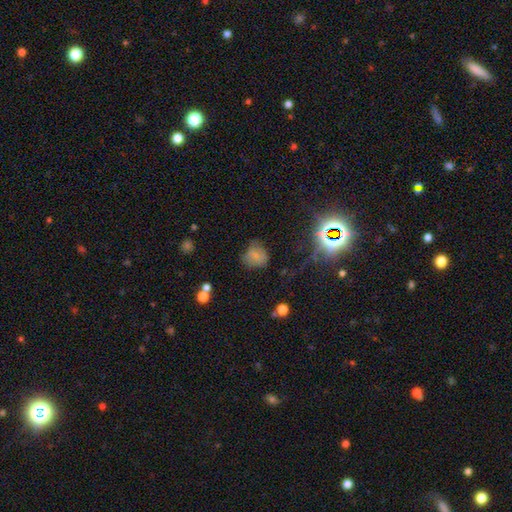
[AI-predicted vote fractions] This appears to be a smooth galaxy with no disk features (67%) that is round (70%). Merging: none (63%).